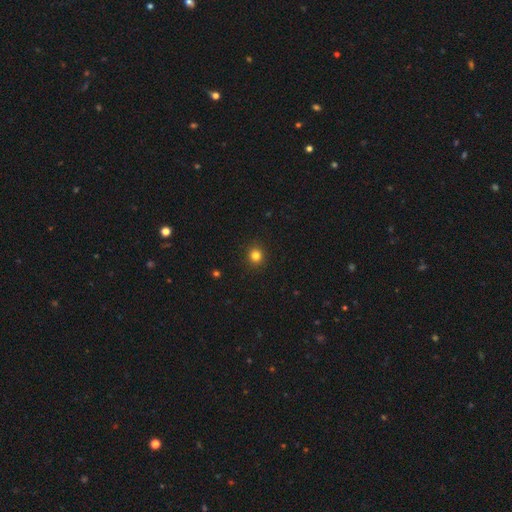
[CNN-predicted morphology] This appears to be a smooth galaxy with no disk features (82%) that is round (90%). Merging: none (92%).